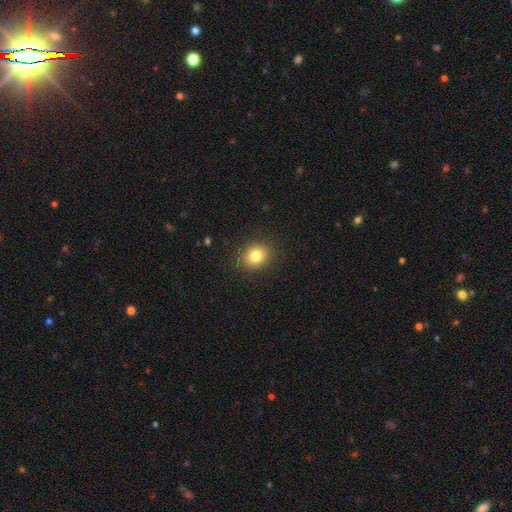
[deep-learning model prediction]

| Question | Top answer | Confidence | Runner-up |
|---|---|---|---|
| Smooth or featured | smooth | 81% | star or artifact (11%) |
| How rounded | round | 63% | in between (36%) |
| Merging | none | 89% | minor disturbance (8%) |